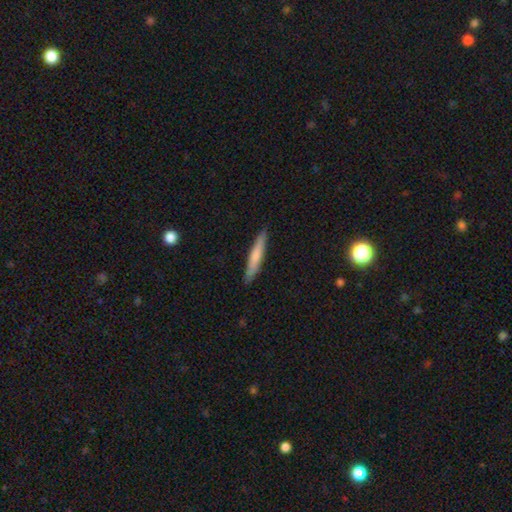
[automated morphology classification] smooth_or_featured: smooth (p=0.67) [alt: featured or disk p=0.27]
how_rounded: cigar-shaped (p=0.94) [alt: in between p=0.05]
merging: none (p=0.90) [alt: minor disturbance p=0.07]